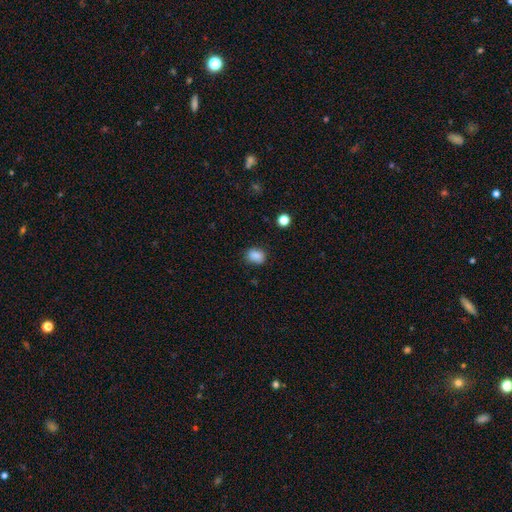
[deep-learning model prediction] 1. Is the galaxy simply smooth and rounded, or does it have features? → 86% smooth, 10% star or artifact, 4% featured or disk.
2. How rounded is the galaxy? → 58% in between, 41% round, 1% cigar-shaped.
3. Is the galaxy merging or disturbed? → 81% none, 14% minor disturbance, 3% major disturbance, 2% merger.